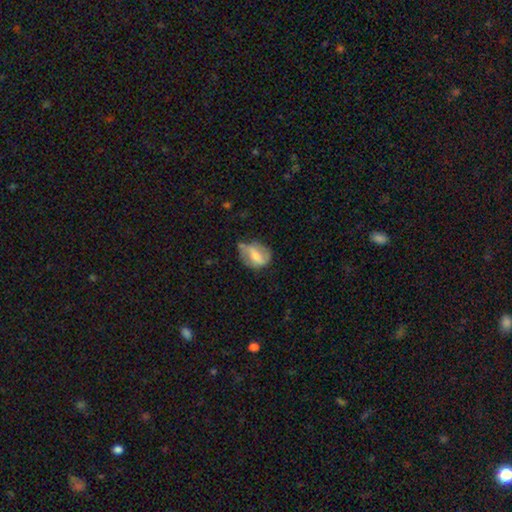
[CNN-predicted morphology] Smooth or featured? Predicted: featured or disk (p=0.52). Edge-on disk? Predicted: no (p=0.96). Merging? Predicted: none (p=0.48).